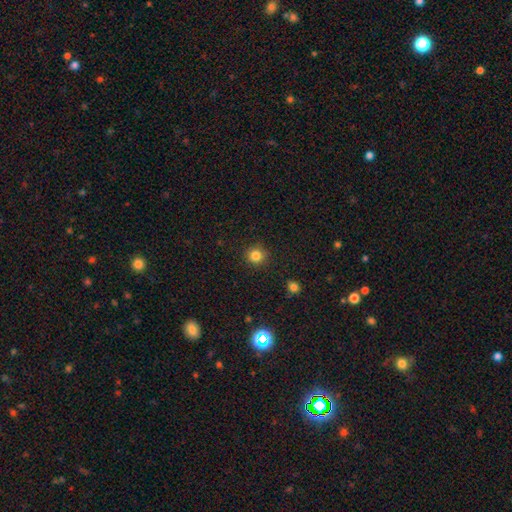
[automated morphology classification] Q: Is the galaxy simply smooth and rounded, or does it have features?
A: smooth — 83%.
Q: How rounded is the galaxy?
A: round — 92%.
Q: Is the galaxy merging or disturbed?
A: none — 90%.